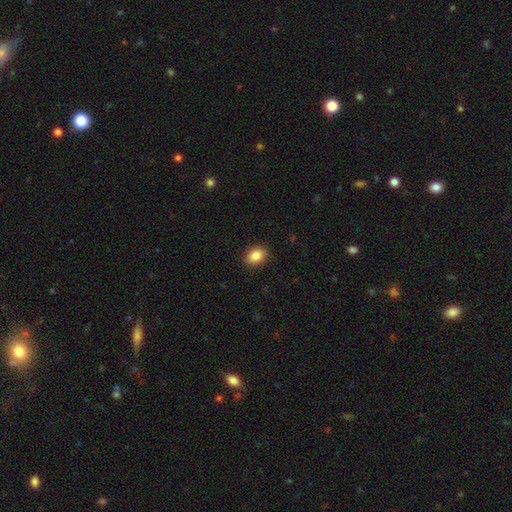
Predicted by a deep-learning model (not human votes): This is clearly a smooth galaxy (86%). How rounded: likely in between (70%). Merging: clearly none (89%).